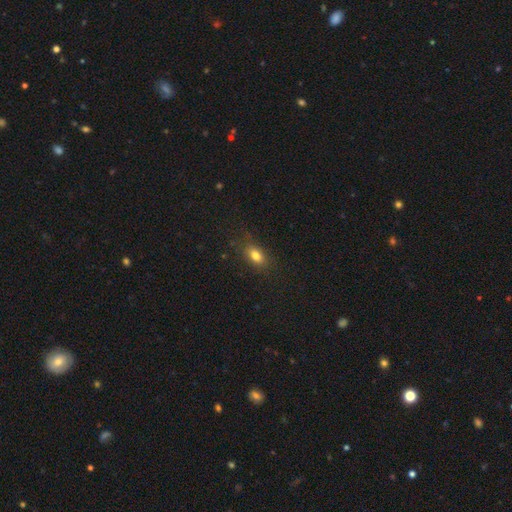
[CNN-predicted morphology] This appears to be a smooth galaxy with no disk features (80%) that is in between round and cigar-shaped (81%). Merging: none (81%).